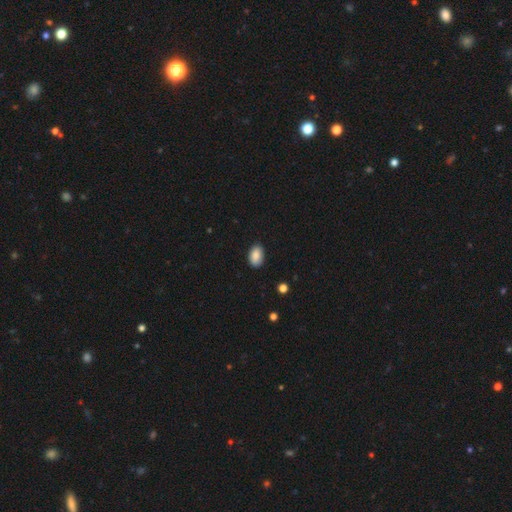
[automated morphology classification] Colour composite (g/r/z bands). It shows a smooth galaxy with no disk features (88%) that is in between round and cigar-shaped (91%). Merging: none (88%).